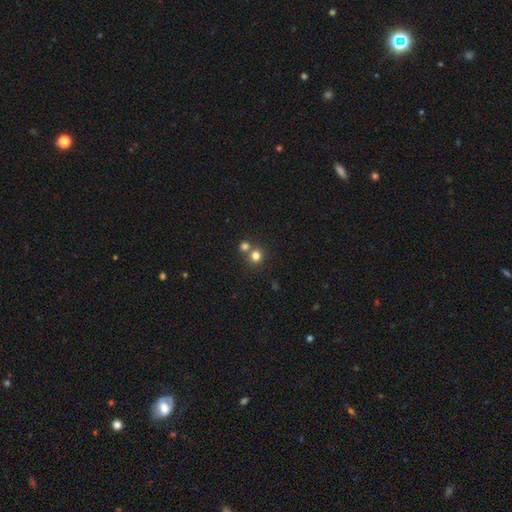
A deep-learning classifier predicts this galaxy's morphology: Smooth or featured: smooth — 77% (star or artifact — 15%)
How rounded: round — 89% (in between — 10%)
Merging: none — 60% (merger — 32%)